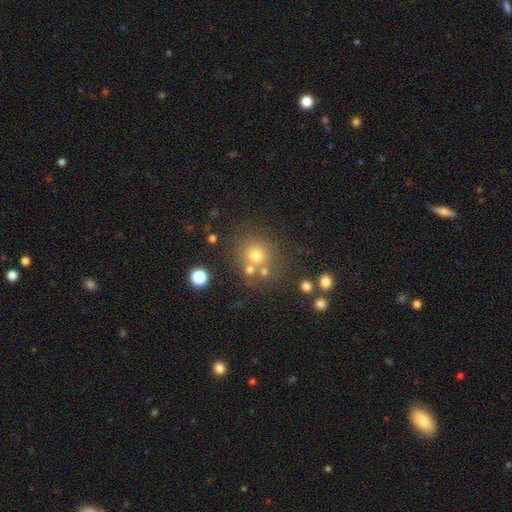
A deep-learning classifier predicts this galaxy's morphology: type=smooth (69%); roundness=round (88%); merging=none (68%).